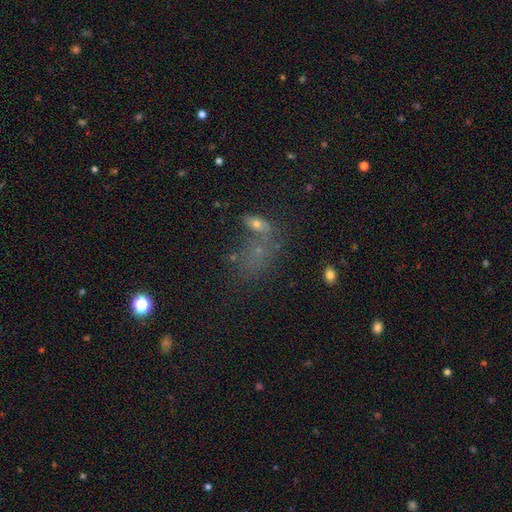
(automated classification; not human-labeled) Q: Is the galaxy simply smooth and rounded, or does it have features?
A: smooth — 48%.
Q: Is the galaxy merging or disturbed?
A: merger — 35%.